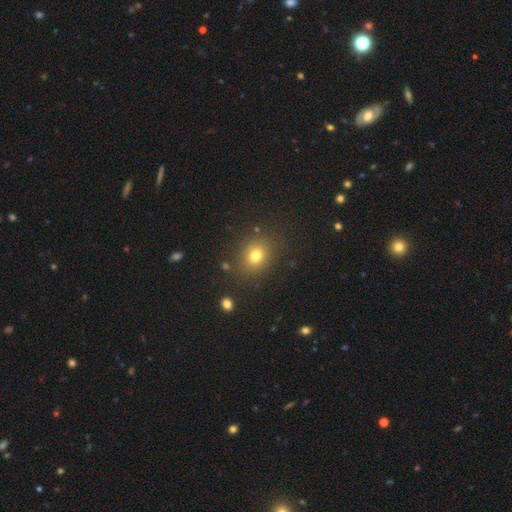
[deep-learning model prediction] The model was most divided on "how rounded": round: 59%, in between: 40%, cigar-shaped: 1%. More confident: merging — none (83%); smooth or featured — smooth (75%).